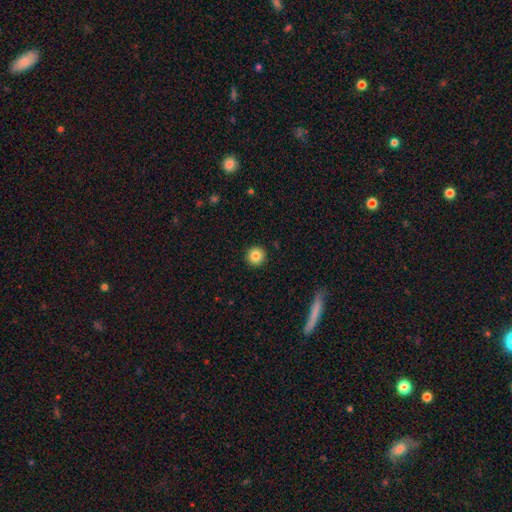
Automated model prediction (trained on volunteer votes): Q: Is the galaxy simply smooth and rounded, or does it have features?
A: smooth — 84%.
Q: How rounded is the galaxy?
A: round — 96%.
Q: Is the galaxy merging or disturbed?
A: none — 93%.